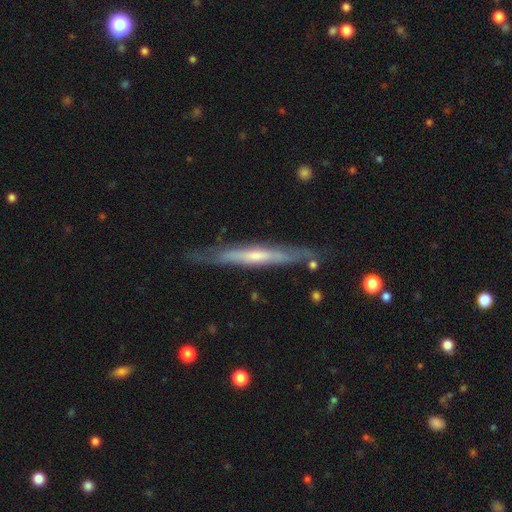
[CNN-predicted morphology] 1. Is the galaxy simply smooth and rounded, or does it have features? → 71% featured or disk, 24% smooth, 6% star or artifact.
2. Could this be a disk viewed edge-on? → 88% yes, 12% no.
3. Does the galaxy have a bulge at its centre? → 46% none (tied), 46% rounded (tied), 8% boxy.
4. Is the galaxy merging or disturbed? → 78% none, 17% minor disturbance, 3% major disturbance, 2% merger.